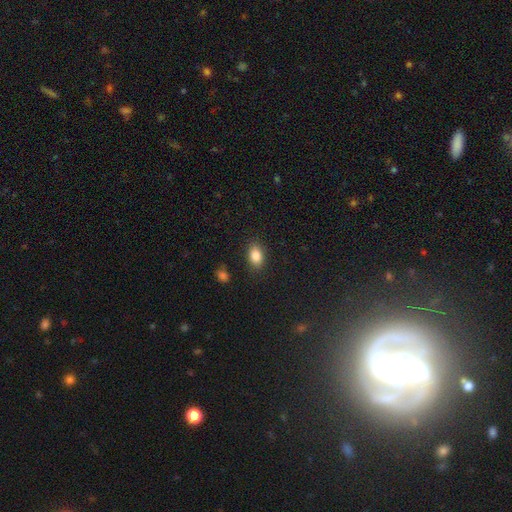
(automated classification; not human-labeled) smooth_or_featured: smooth (p=0.85) [alt: star or artifact p=0.09]
how_rounded: in between (p=0.85) [alt: round p=0.13]
merging: none (p=0.86) [alt: minor disturbance p=0.10]